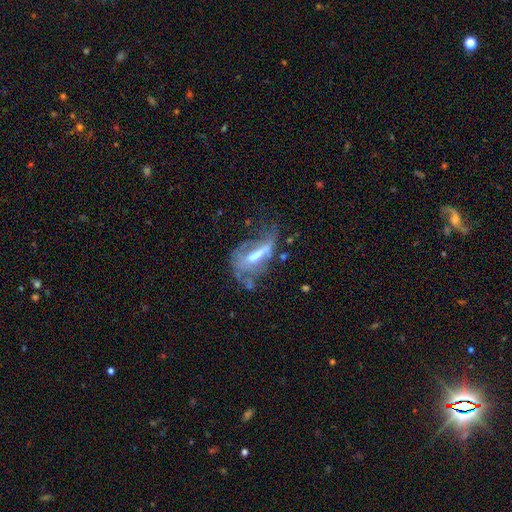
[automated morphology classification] The model was most divided on "merging": major disturbance: 41%, none: 28%, minor disturbance: 22%, merger: 9%. Remaining: edge-on disk — no (84%); smooth or featured — featured or disk (64%); spiral arms — no (58%); bulge size — moderate (51%); bar — strong (45%).